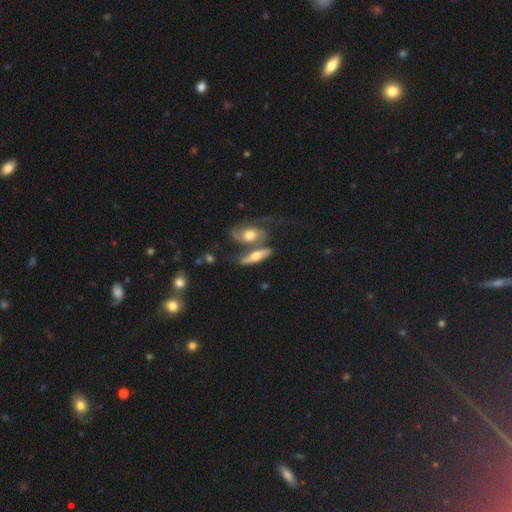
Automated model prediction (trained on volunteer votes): Smooth or featured? Predicted: featured or disk (p=0.54). Edge-on disk? Predicted: yes (p=0.61). Merging? Predicted: merger (p=0.42).